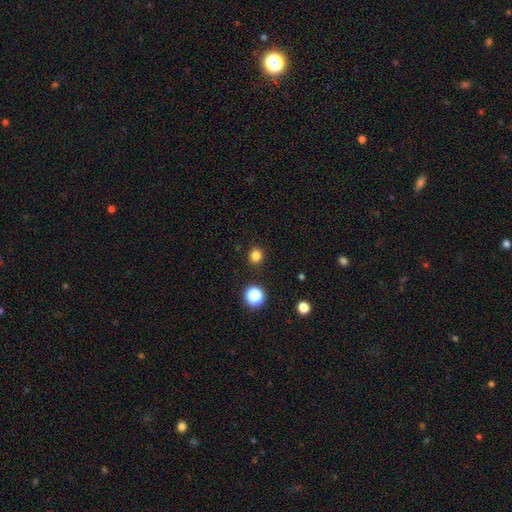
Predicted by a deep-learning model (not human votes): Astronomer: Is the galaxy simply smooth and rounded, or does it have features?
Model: smooth — 82%.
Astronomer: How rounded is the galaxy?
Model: round — 91%.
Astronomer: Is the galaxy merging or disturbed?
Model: none — 92%.